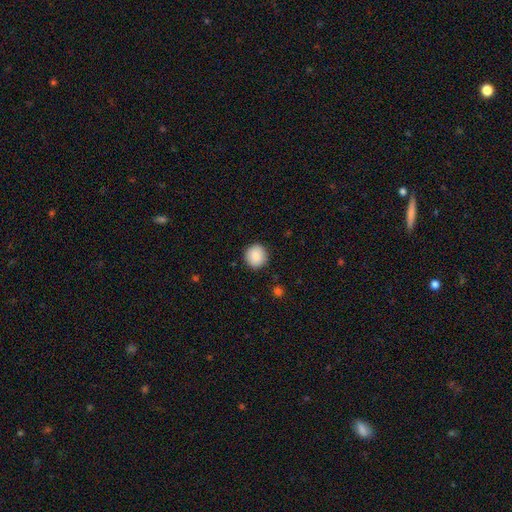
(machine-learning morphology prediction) Smooth or featured: smooth — 88% (star or artifact — 8%)
How rounded: round — 92% (in between — 7%)
Merging: none — 90% (minor disturbance — 7%)